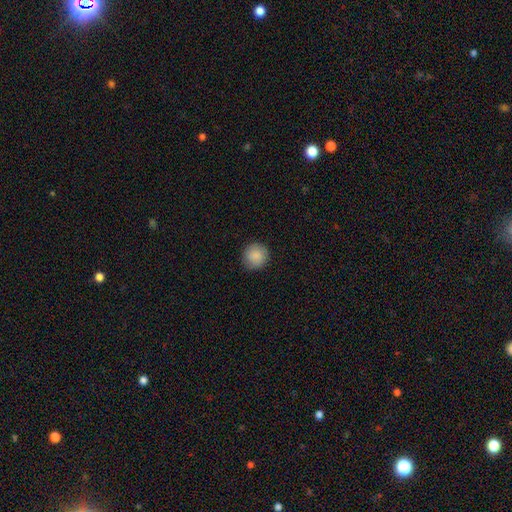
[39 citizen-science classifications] smooth_or_featured: smooth (p=0.87) [alt: star or artifact p=0.08]
how_rounded: round (p=0.97) [alt: in between p=0.03]
merging: none (p=0.83) [alt: minor disturbance p=0.14]